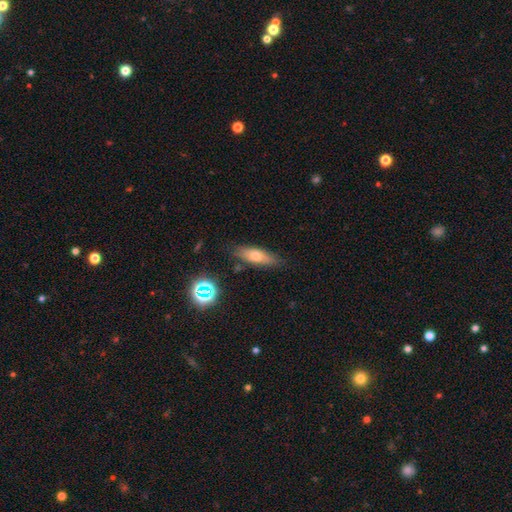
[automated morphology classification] smooth-or-featured: smooth: 61% | featured or disk: 27% | star or artifact: 12%
  how-rounded: cigar-shaped: 49% | in between: 47% | round: 4%
  merging: none: 80% | minor disturbance: 14% | major disturbance: 3% | merger: 3%